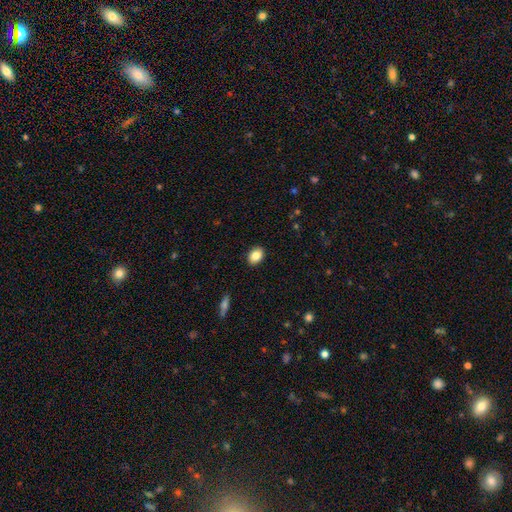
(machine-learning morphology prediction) smooth-or-featured: smooth: 85% | star or artifact: 8% | featured or disk: 7%
  how-rounded: in between: 77% | round: 21% | cigar-shaped: 1%
  merging: none: 90% | minor disturbance: 8% | major disturbance: 2% | merger: 1%